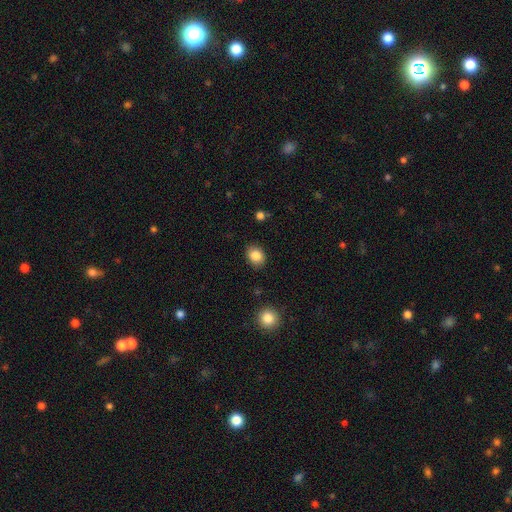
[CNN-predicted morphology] smooth-or-featured: smooth: 85% | star or artifact: 9% | featured or disk: 6%
  how-rounded: round: 51% | in between: 48% | cigar-shaped: 1%
  merging: none: 88% | minor disturbance: 8% | major disturbance: 2% | merger: 1%